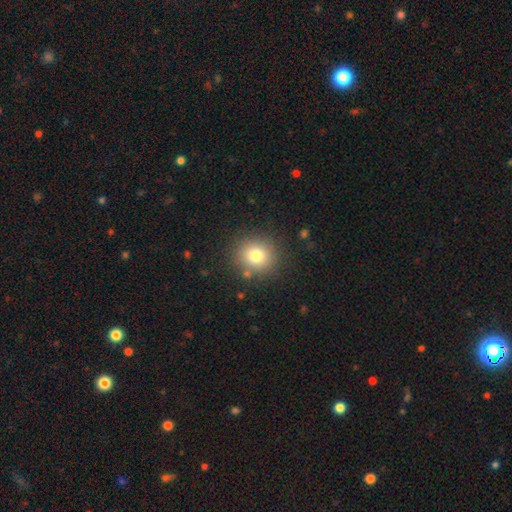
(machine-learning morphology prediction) Smooth or featured: smooth — 77% (star or artifact — 13%)
How rounded: round — 87% (in between — 12%)
Merging: none — 86% (minor disturbance — 8%)